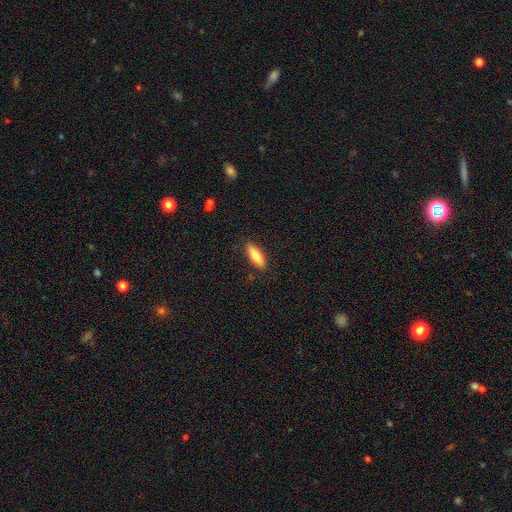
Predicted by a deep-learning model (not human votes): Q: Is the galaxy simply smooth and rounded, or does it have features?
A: smooth — 80%.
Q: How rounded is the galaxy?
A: in between — 54%.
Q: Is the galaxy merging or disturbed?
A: none — 87%.